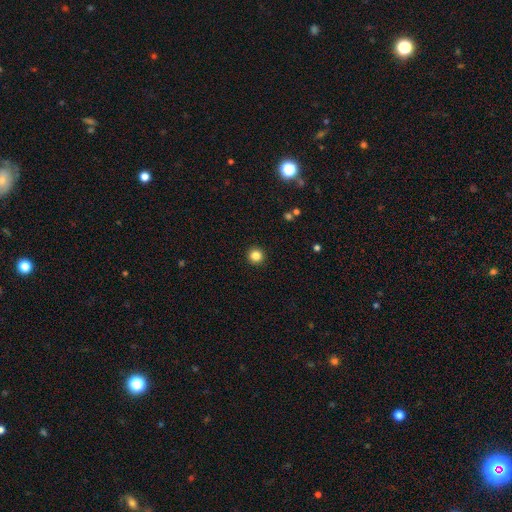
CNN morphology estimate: Q: Smooth or featured?
A: smooth (84%); runner-up: star or artifact (11%)
Q: How rounded?
A: round (95%); runner-up: in between (4%)
Q: Merging?
A: none (93%); runner-up: minor disturbance (4%)